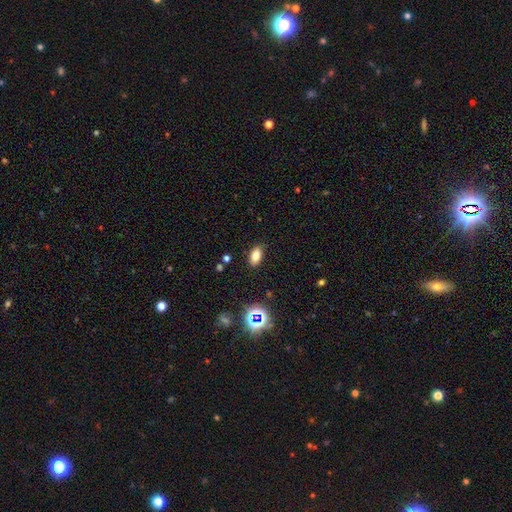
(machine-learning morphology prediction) This is likely a smooth galaxy (75%). How rounded: clearly in between (89%). Merging: clearly none (87%).